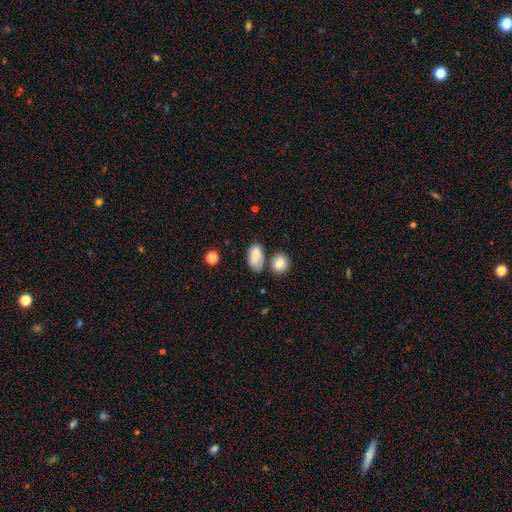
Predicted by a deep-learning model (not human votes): Smooth or featured? smooth (83%)
How rounded? in between (90%)
Merging? none (54%)